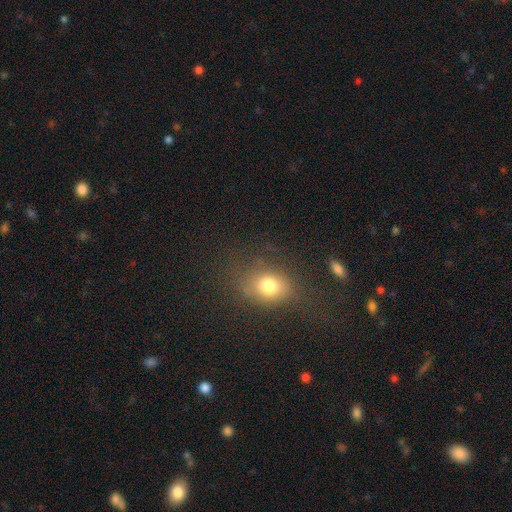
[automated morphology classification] The model was most divided on "how rounded": in between: 58%, round: 38%, cigar-shaped: 3%. More confident: merging — none (79%); smooth or featured — smooth (63%).